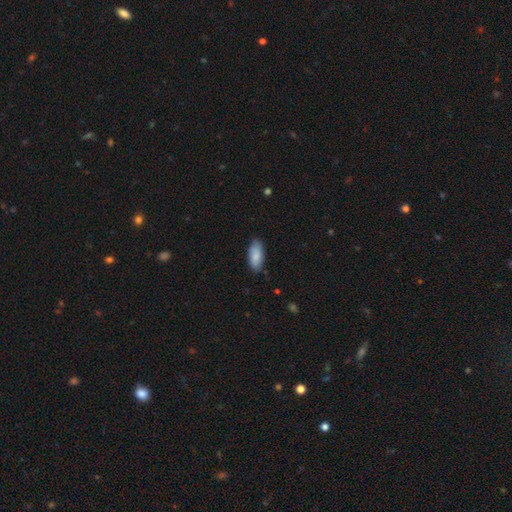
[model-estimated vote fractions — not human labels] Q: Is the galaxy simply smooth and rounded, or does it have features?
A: smooth — 85%.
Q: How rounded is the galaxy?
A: in between — 88%.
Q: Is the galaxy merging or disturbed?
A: none — 79%.